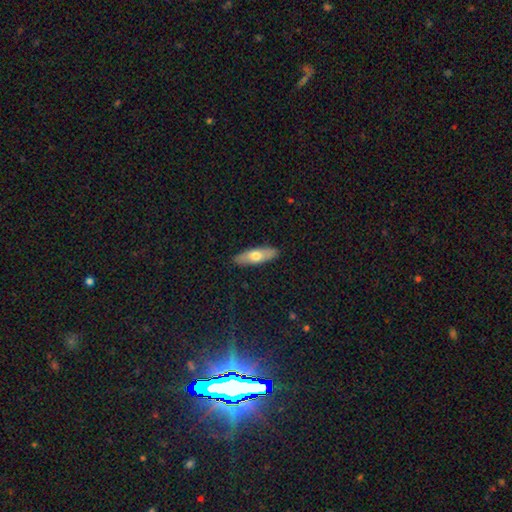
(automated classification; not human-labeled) A smooth galaxy with no disk features (64%) that is cigar-shaped (49%). Merging: none (89%).